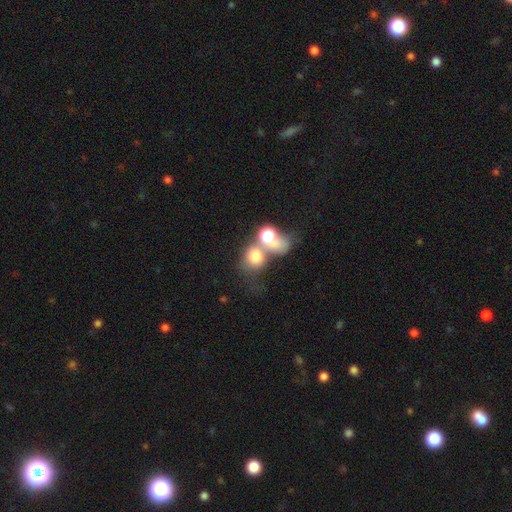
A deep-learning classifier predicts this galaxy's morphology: Smooth or featured? smooth (67%)
How rounded? round (64%)
Merging? merger (57%)